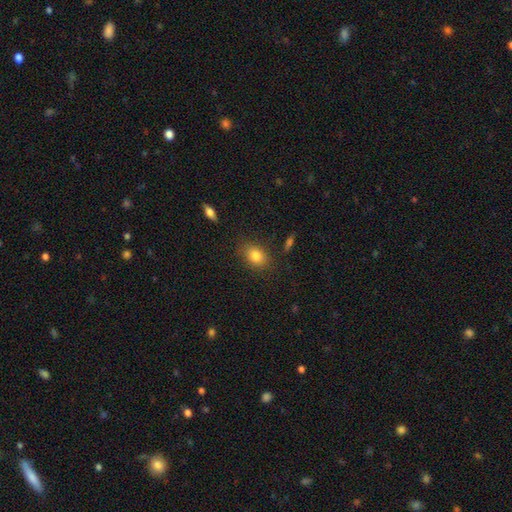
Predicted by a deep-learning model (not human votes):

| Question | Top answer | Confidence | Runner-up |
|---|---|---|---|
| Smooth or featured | smooth | 83% | star or artifact (9%) |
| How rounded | in between | 67% | round (32%) |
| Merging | none | 81% | minor disturbance (13%) |